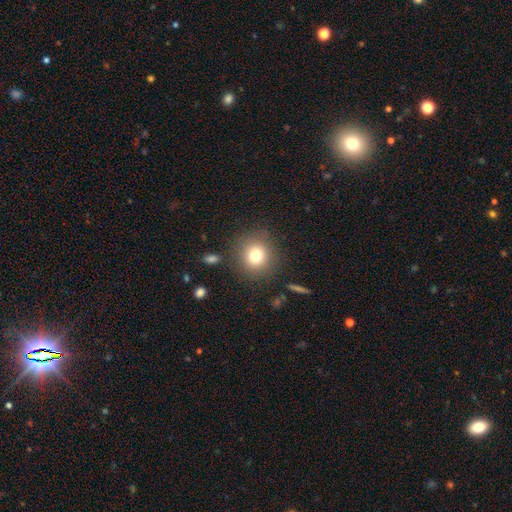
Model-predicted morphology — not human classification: A smooth galaxy with no disk features (77%) that is round (89%). Merging: none (85%).